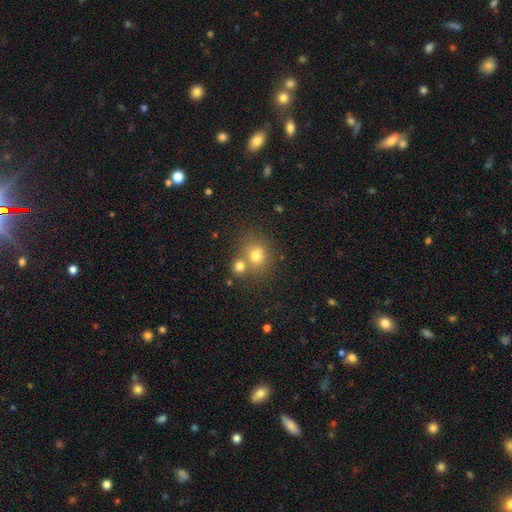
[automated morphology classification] Smooth or featured? Predicted: smooth (p=0.73). How rounded? Predicted: round (p=0.76). Merging? Predicted: none (p=0.52).